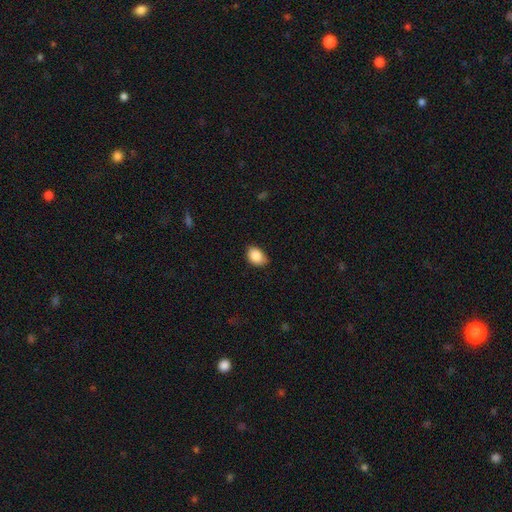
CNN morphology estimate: Smooth or featured: smooth — 87% (star or artifact — 8%)
How rounded: in between — 76% (round — 23%)
Merging: none — 72% (minor disturbance — 24%)